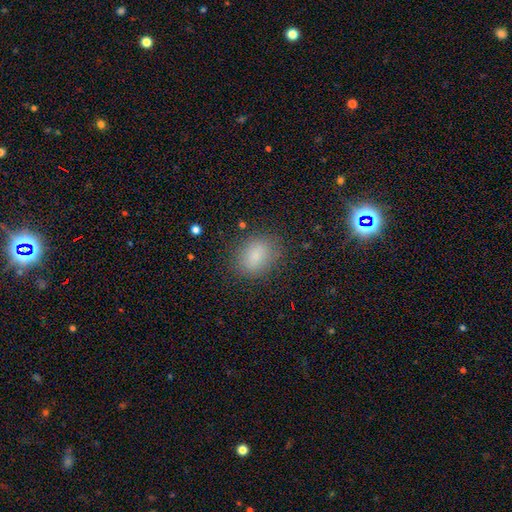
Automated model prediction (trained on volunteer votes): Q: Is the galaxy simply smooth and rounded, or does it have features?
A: smooth — 83%.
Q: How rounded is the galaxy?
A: in between — 65%.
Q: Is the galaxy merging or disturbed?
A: none — 82%.